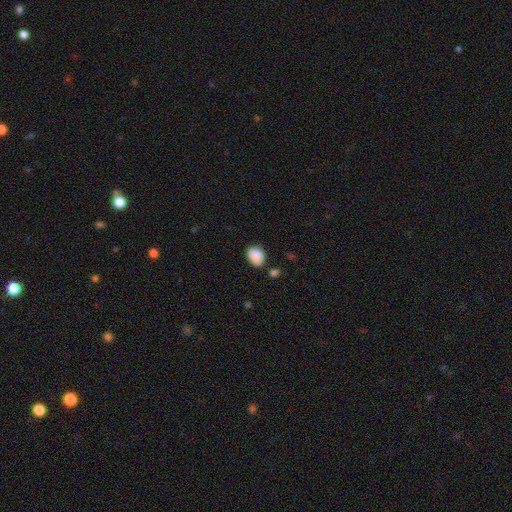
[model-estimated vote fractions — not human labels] smooth 88%, star or artifact 8%, featured or disk 4%. Down the decision tree: how rounded — in between (62%); merging — none (74%).